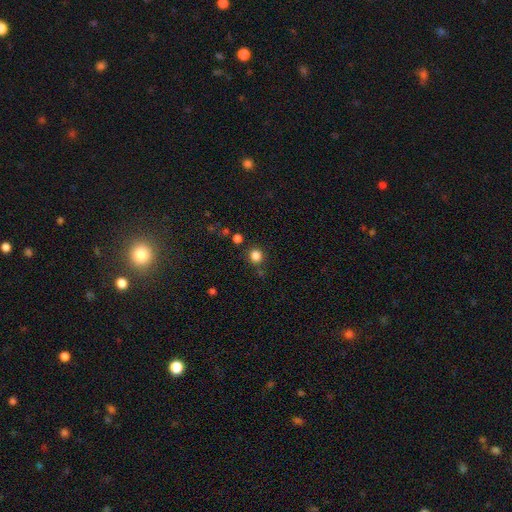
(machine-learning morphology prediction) Smooth or featured? Predicted: smooth (p=0.83). How rounded? Predicted: round (p=0.89). Merging? Predicted: none (p=0.83).